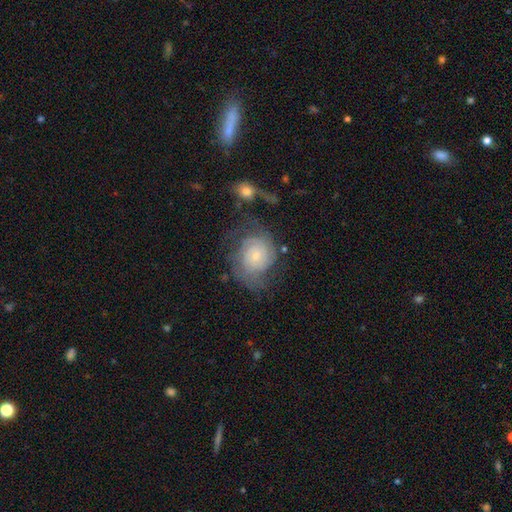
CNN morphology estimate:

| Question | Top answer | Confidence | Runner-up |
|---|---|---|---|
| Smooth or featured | featured or disk | 76% | smooth (17%) |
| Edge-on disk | no | 97% | yes (3%) |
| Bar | no | 66% | weak (30%) |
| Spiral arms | yes | 93% | no (7%) |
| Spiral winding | tight | 65% | medium (26%) |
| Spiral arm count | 2 | 36% | can't tell (35%) |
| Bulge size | small | 68% | moderate (24%) |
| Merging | none | 53% | minor disturbance (21%) |